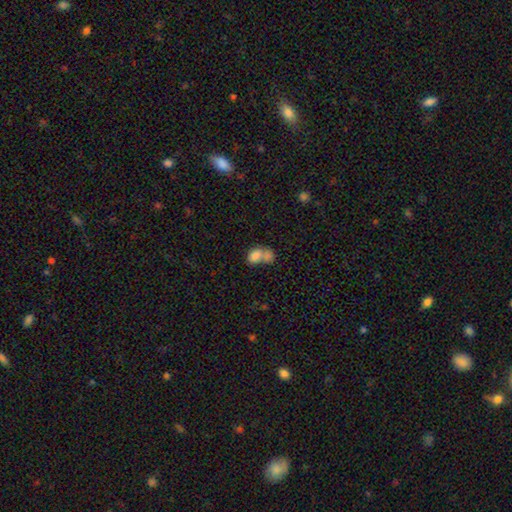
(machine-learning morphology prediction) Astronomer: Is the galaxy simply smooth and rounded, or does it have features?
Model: smooth — 80%.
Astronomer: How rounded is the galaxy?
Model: in between — 78%.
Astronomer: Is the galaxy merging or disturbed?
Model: merger — 69%.